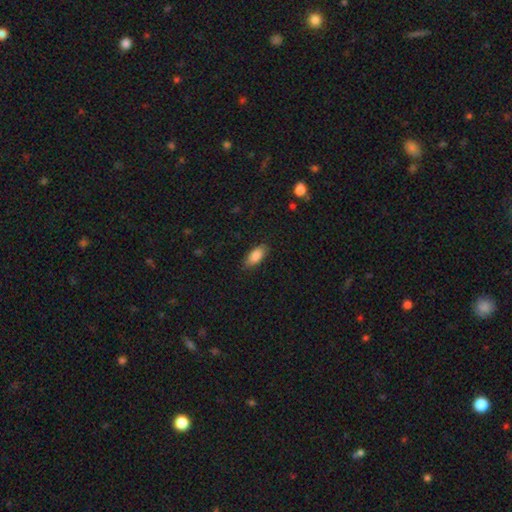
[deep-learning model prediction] Smooth or featured? smooth (86%)
How rounded? in between (87%)
Merging? none (85%)